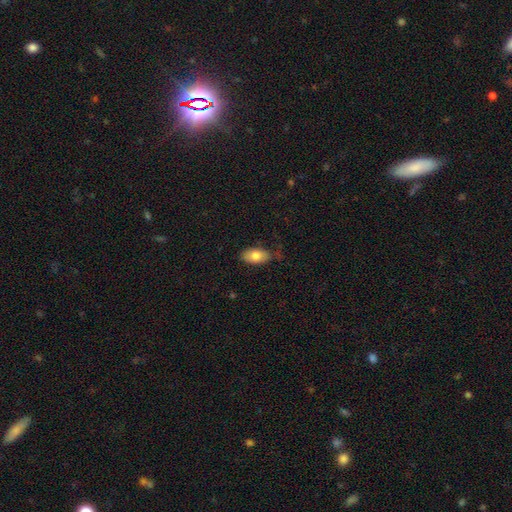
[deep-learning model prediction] Smooth or featured? smooth (78%)
How rounded? in between (93%)
Merging? none (74%)